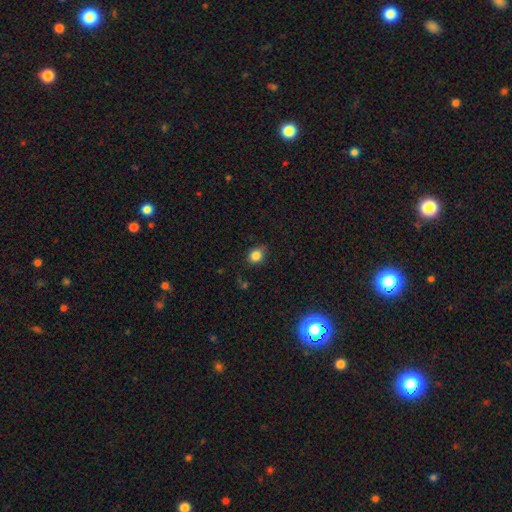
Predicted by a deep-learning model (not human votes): A smooth galaxy with no disk features (83%) that is round (66%).

Vote fractions:
- Smooth or featured? smooth: 83% / star or artifact: 11% / featured or disk: 6%
- How rounded? round: 66% / in between: 33% / cigar-shaped: 1%
- Merging? none: 76% / minor disturbance: 18% / major disturbance: 4% / merger: 2%